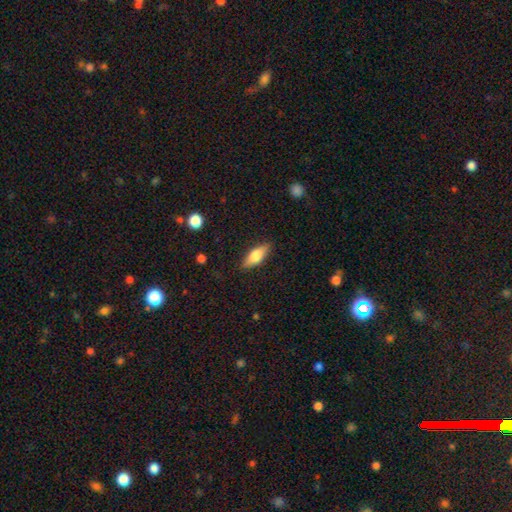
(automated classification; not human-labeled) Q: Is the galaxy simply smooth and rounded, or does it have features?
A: smooth — 71%.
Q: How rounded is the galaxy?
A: in between — 73%.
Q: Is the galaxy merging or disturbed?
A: none — 85%.